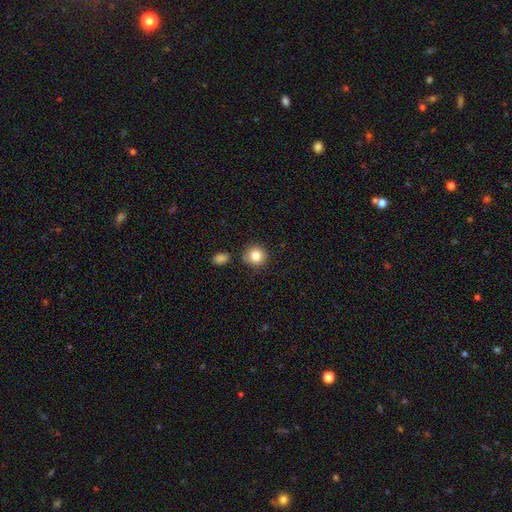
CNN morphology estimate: This appears to be a smooth galaxy with no disk features (83%) that is round (90%). Merging: none (83%).